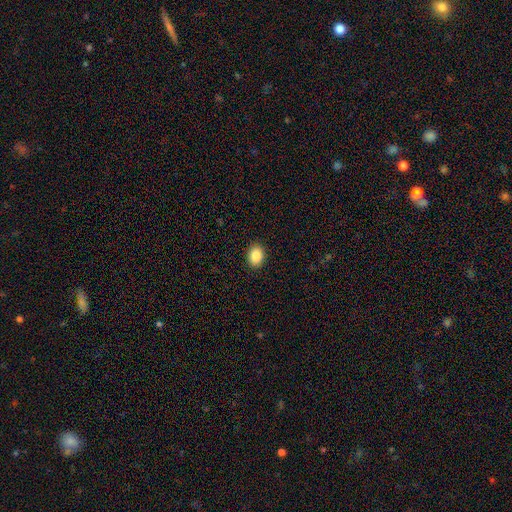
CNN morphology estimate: A smooth galaxy with no disk features (87%) that is in between round and cigar-shaped (61%).

Vote fractions:
- Smooth or featured? smooth: 87% / star or artifact: 9% / featured or disk: 4%
- How rounded? in between: 61% / round: 38% / cigar-shaped: 1%
- Merging? none: 91% / minor disturbance: 6% / major disturbance: 2% / merger: 1%